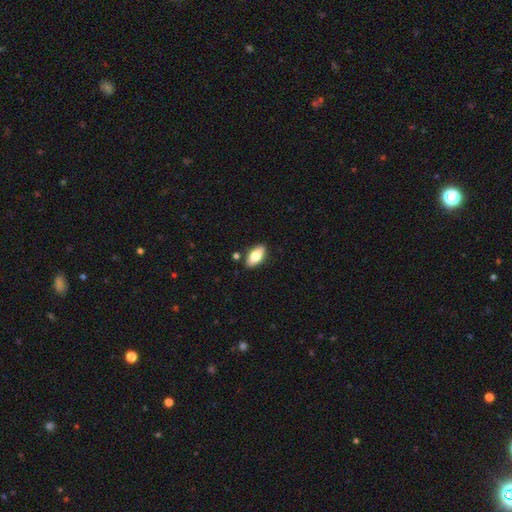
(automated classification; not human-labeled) Morphology: type=smooth (76%); roundness=in between (89%); merging=none (86%).